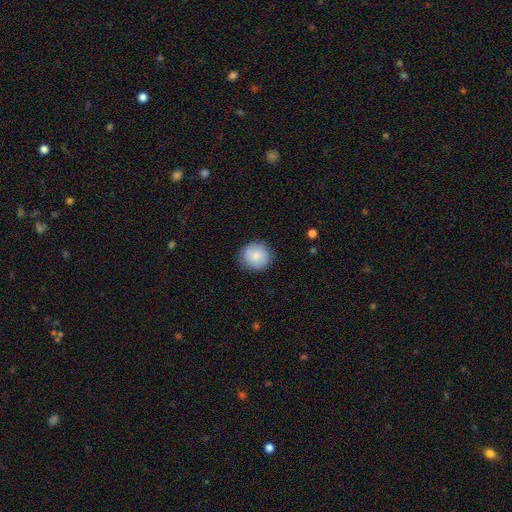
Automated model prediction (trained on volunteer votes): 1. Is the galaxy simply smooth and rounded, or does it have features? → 81% smooth, 11% featured or disk, 7% star or artifact.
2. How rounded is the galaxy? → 91% round, 8% in between, 1% cigar-shaped.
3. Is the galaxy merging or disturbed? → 87% none, 9% minor disturbance, 2% major disturbance, 1% merger.